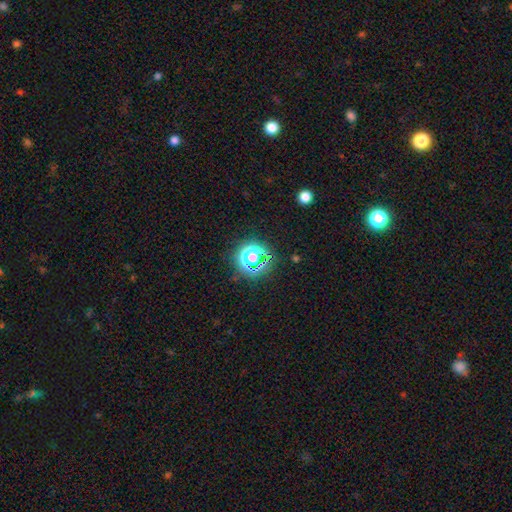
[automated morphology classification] Smooth or featured? Predicted: star or artifact (p=0.54).